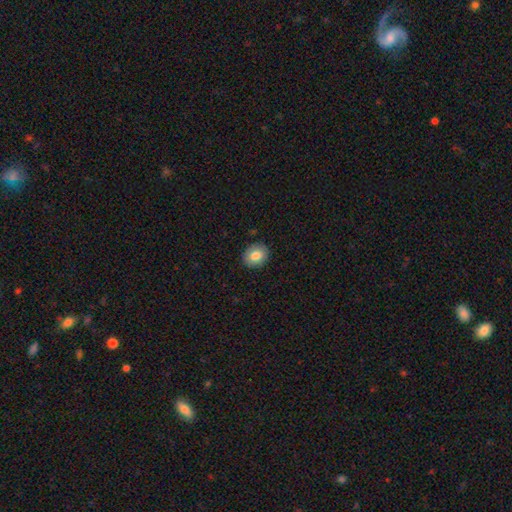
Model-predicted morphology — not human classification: The model was most divided on "how rounded": round: 63%, in between: 36%, cigar-shaped: 1%. More confident: merging — none (89%); smooth or featured — smooth (80%).